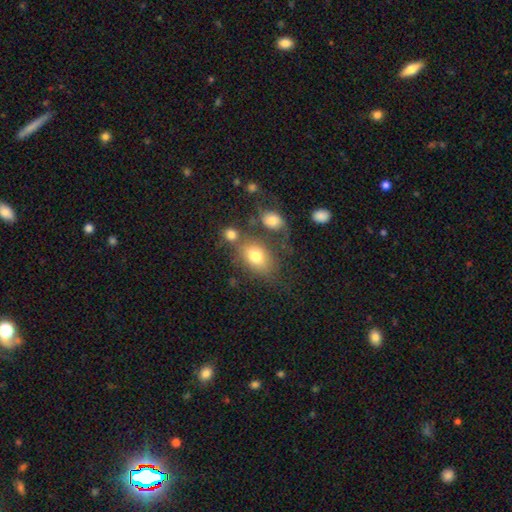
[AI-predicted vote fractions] The model was most divided on "merging": none: 52%, merger: 21%, minor disturbance: 17%, major disturbance: 10%. More confident: how rounded — in between (76%); smooth or featured — smooth (75%).